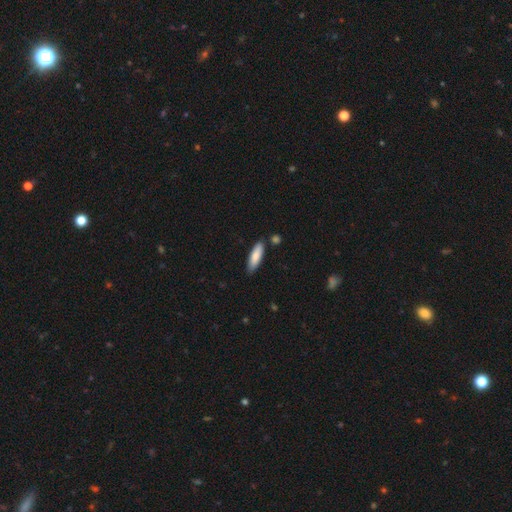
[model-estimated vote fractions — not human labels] Morphology: type=smooth (84%); roundness=cigar-shaped (54%); merging=none (83%).